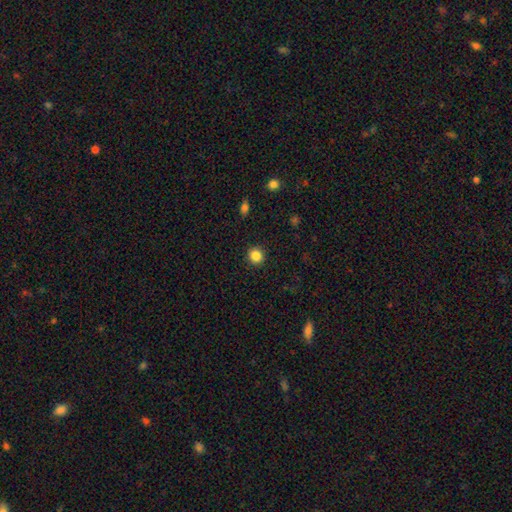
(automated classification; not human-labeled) This is clearly a smooth galaxy (85%). How rounded: clearly round (91%). Merging: clearly none (91%).